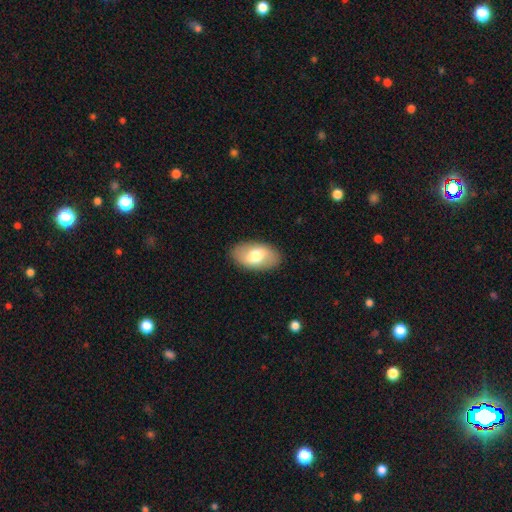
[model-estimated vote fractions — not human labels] Morphology: type=smooth (64%); roundness=in between (93%); merging=none (87%).